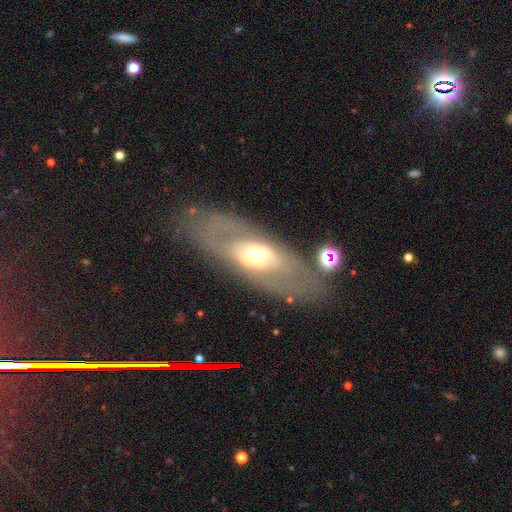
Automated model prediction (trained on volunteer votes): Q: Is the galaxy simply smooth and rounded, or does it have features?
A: featured or disk — 62%.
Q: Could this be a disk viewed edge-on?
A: no — 81%.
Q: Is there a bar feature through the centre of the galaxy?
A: no — 64%.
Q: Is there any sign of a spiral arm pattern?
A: no — 77%.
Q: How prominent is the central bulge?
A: moderate — 65%.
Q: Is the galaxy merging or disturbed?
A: none — 77%.